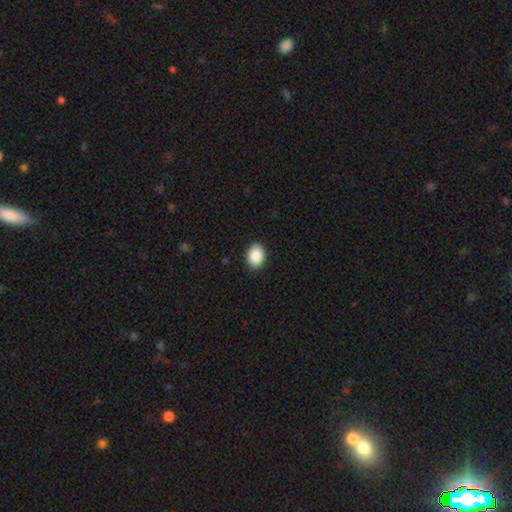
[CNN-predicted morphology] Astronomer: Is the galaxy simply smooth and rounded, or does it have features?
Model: smooth — 88%.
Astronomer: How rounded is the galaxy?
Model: in between — 69%.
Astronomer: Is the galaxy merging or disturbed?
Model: none — 90%.